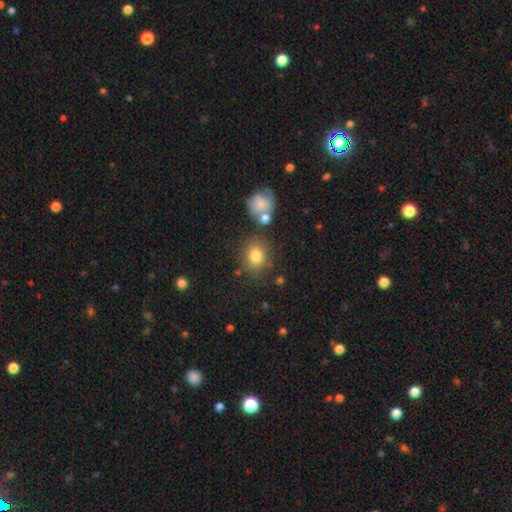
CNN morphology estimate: Smooth or featured: smooth — 81% (star or artifact — 11%)
How rounded: round — 69% (in between — 30%)
Merging: none — 71% (minor disturbance — 13%)